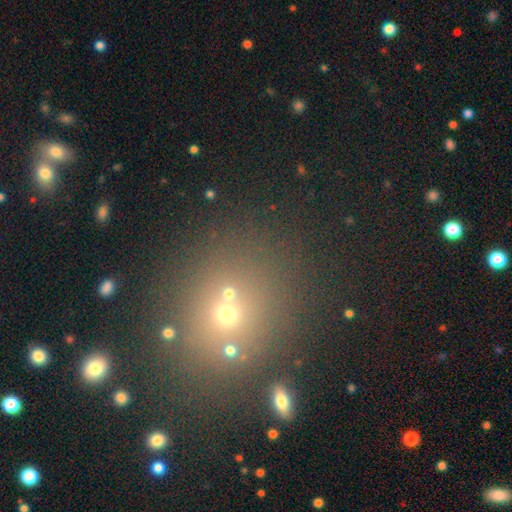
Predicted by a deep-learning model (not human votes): Morphology: type=star or artifact (47%).